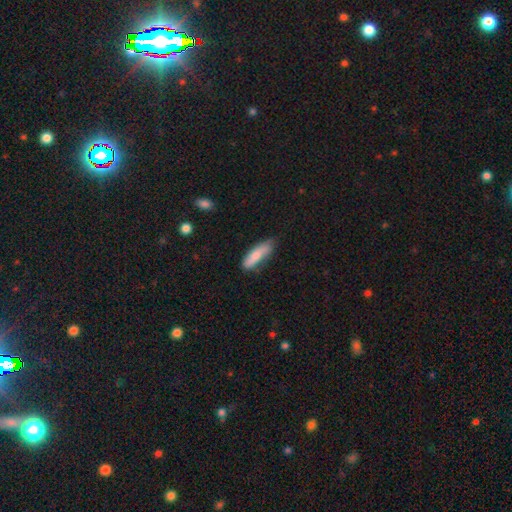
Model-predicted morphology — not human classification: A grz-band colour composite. It shows a smooth galaxy with no disk features (79%) that is cigar-shaped (53%). Merging: none (58%).